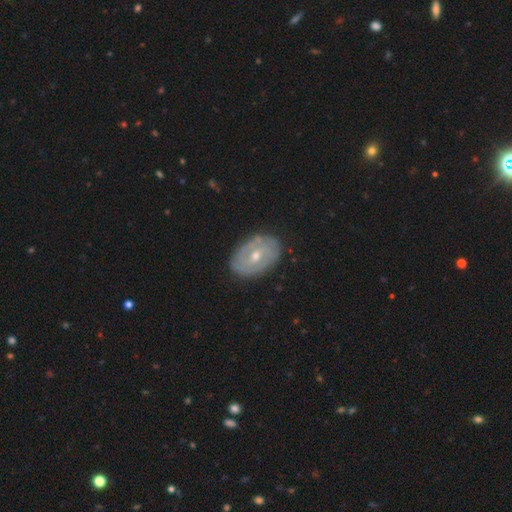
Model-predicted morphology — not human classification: Smooth or featured: featured or disk — 68% (smooth — 26%)
Edge-on disk: no — 94% (yes — 6%)
Bar: no — 49% (weak — 39%)
Spiral arms: yes — 56% (no — 44%)
Bulge size: moderate — 55% (small — 42%)
Merging: none — 81% (minor disturbance — 14%)